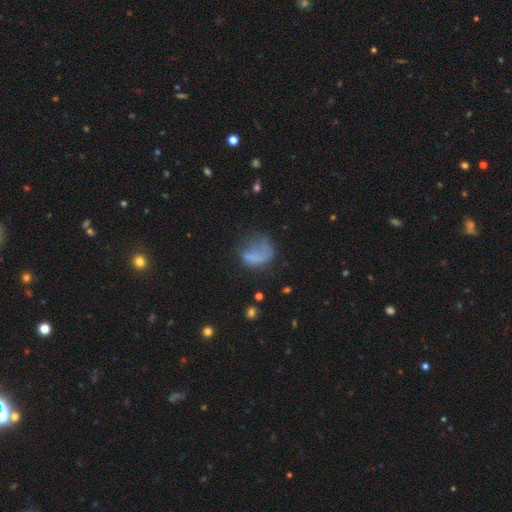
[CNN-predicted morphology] Smooth or featured? Predicted: smooth (p=0.57). How rounded? Predicted: round (p=0.50). Merging? Predicted: major disturbance (p=0.45).